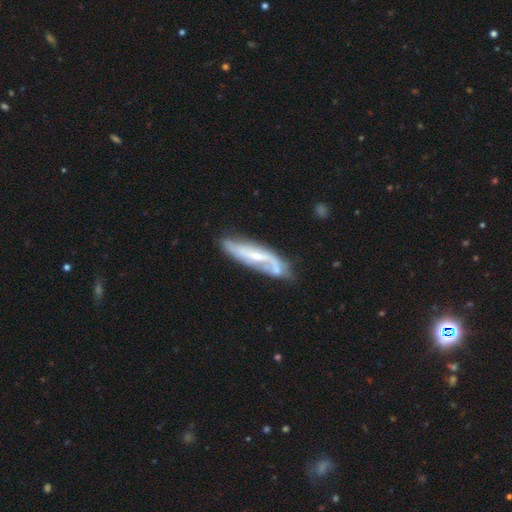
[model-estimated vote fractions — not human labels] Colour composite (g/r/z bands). It shows a featured or disk galaxy (75%) with a weak bar (39%), 2 (73%) loose (43%) spiral arms (89%) and a small central bulge (63%). Merging: none (59%).